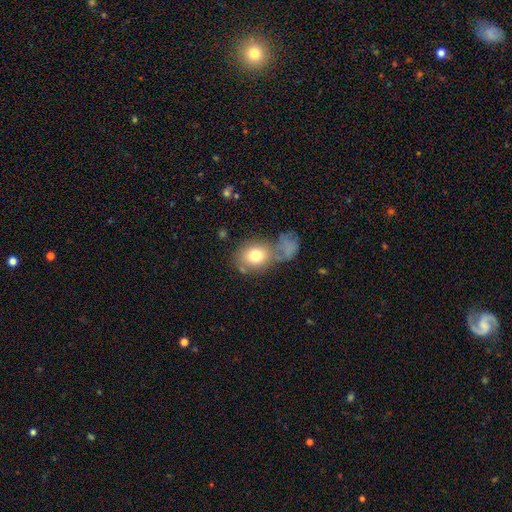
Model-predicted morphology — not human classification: Smooth or featured? Predicted: smooth (p=0.75). How rounded? Predicted: round (p=0.50). Merging? Predicted: none (p=0.39).